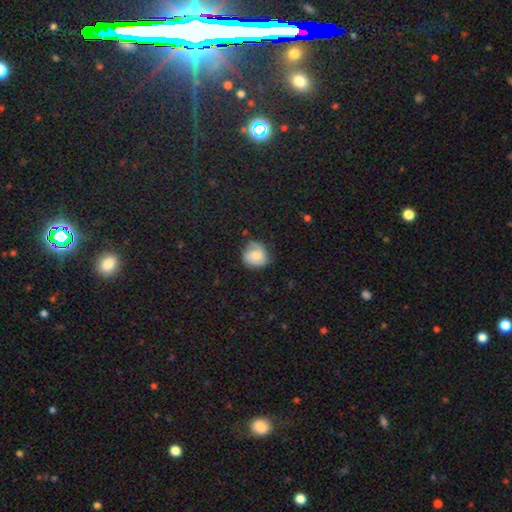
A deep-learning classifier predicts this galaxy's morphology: Smooth or featured?
  - smooth: 68% *
  - featured or disk: 23%
  - star or artifact: 9%
How rounded?
  - round: 79% *
  - in between: 20%
  - cigar-shaped: 1%
Merging?
  - none: 58% *
  - minor disturbance: 31%
  - major disturbance: 9%
  - merger: 2%